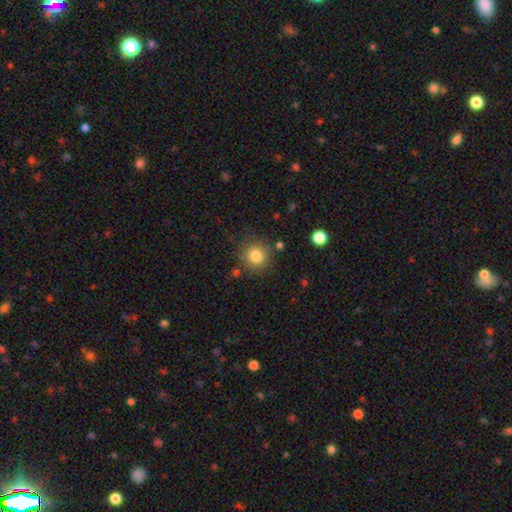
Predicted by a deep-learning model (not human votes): Smooth or featured: smooth — 82% (star or artifact — 11%)
How rounded: round — 92% (in between — 7%)
Merging: none — 82% (minor disturbance — 10%)